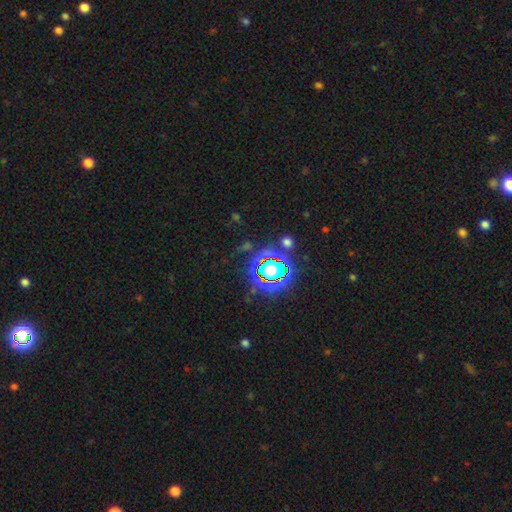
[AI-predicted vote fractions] smooth_or_featured: star or artifact (p=0.84) [alt: smooth p=0.10]